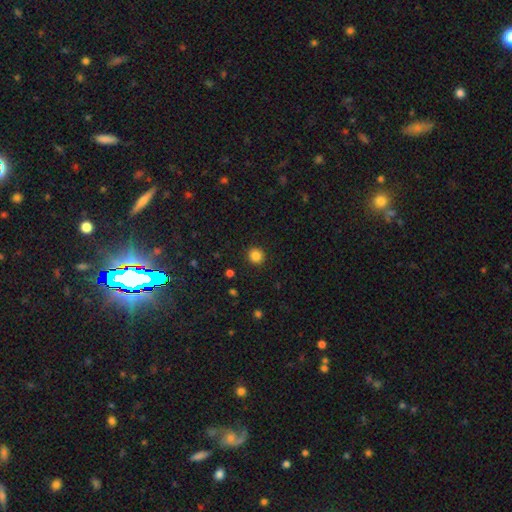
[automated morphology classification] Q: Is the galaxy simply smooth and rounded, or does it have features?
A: smooth — 85%.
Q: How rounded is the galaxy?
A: round — 92%.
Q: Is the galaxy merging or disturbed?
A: none — 92%.